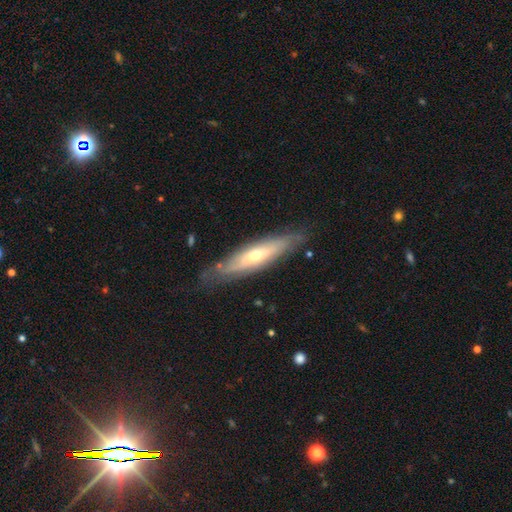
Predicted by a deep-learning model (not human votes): This appears to be a featured or disk galaxy (64%) viewed edge-on (57%). Merging: none (75%).